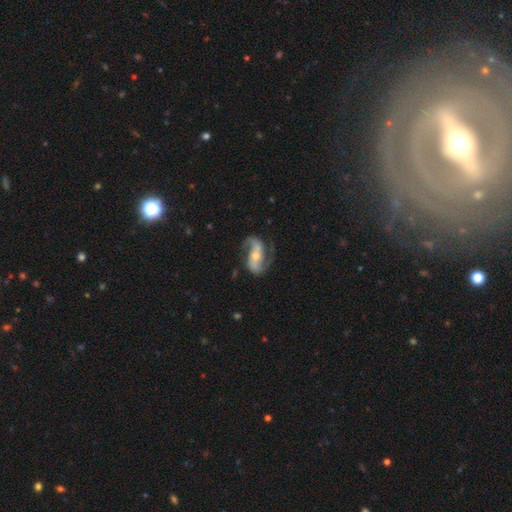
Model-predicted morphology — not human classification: Q: Smooth or featured?
A: featured or disk (85%); runner-up: smooth (10%)
Q: Edge-on disk?
A: no (96%); runner-up: yes (4%)
Q: Bar?
A: no (39%); runner-up: weak (31%)
Q: Spiral arms?
A: yes (95%); runner-up: no (5%)
Q: Spiral winding?
A: loose (45%); runner-up: medium (42%)
Q: Spiral arm count?
A: 2 (91%); runner-up: can't tell (3%)
Q: Bulge size?
A: moderate (54%); runner-up: small (40%)
Q: Merging?
A: none (70%); runner-up: minor disturbance (17%)